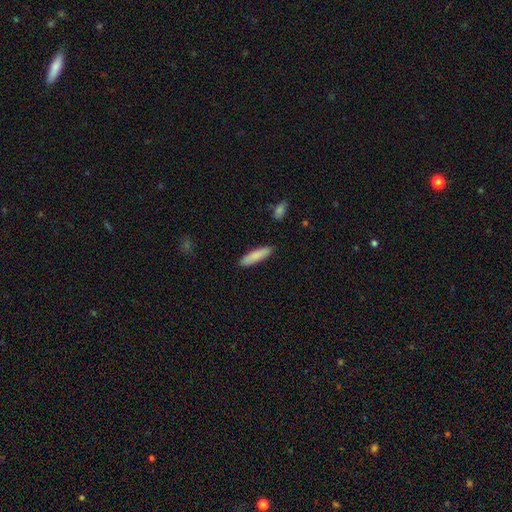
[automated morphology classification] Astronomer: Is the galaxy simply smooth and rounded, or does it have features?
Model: smooth — 85%.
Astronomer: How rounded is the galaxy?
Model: cigar-shaped — 75%.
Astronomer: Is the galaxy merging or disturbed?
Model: none — 88%.